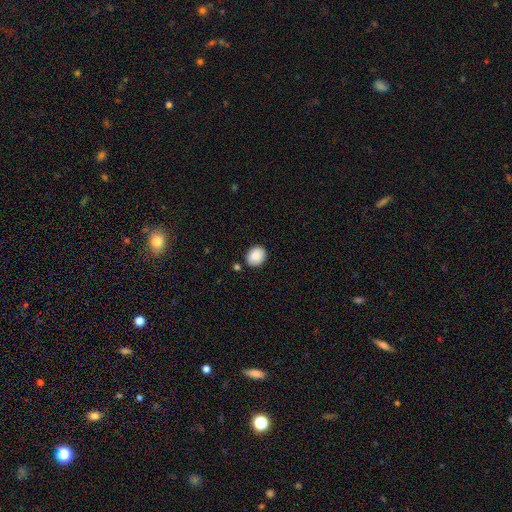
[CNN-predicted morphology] type=smooth (88%); roundness=round (55%); merging=none (83%).